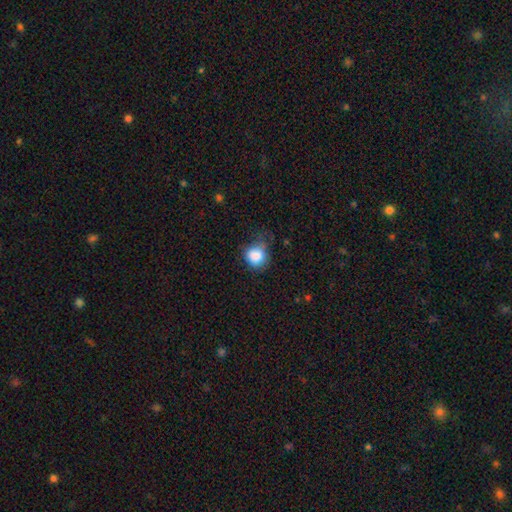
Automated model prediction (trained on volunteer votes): This is clearly a smooth galaxy (85%). How rounded: likely round (75%). Merging: possibly none (46%).